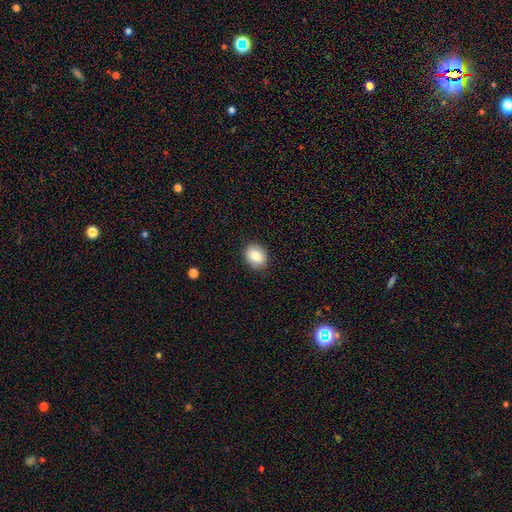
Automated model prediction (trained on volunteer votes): This appears to be a smooth galaxy with no disk features (82%) that is round (50%). Merging: none (89%).